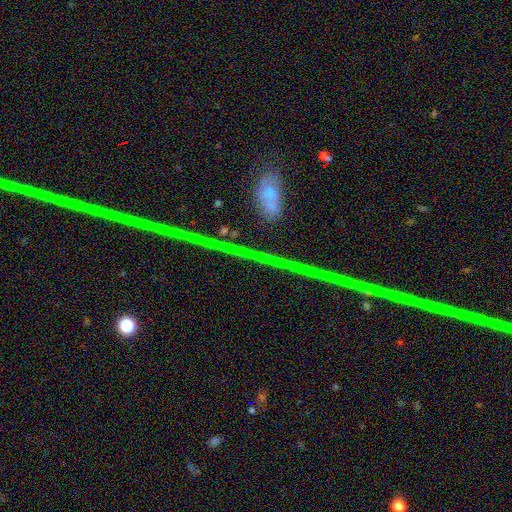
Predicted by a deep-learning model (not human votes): star or artifact 67%, featured or disk 19%, smooth 14%.